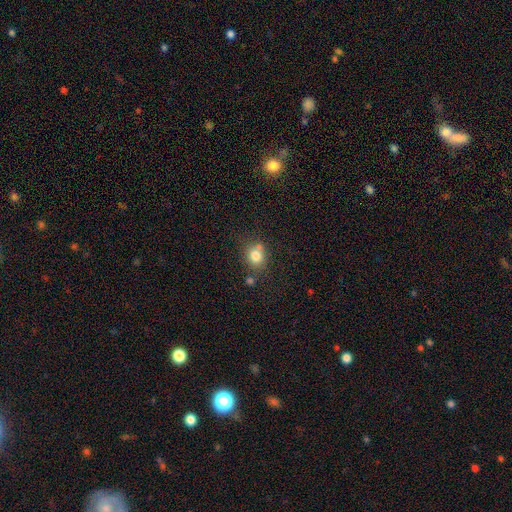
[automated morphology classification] type=smooth (79%); roundness=round (68%); merging=none (63%).